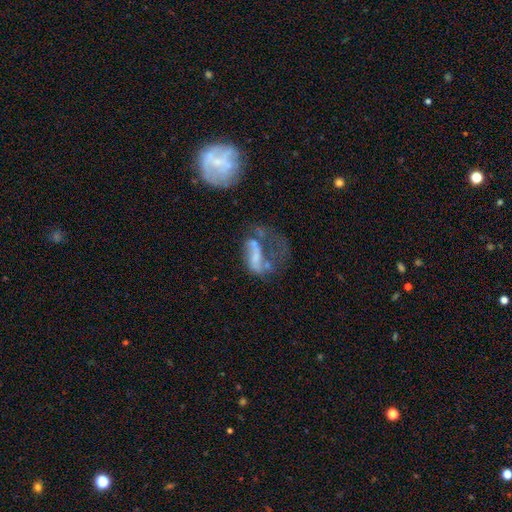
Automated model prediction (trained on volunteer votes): Smooth or featured? Predicted: featured or disk (p=0.56). Edge-on disk? Predicted: no (p=0.96). Bar? Predicted: no (p=0.67). Spiral arms? Predicted: no (p=0.69). Bulge size? Predicted: none (p=0.52). Merging? Predicted: major disturbance (p=0.49).